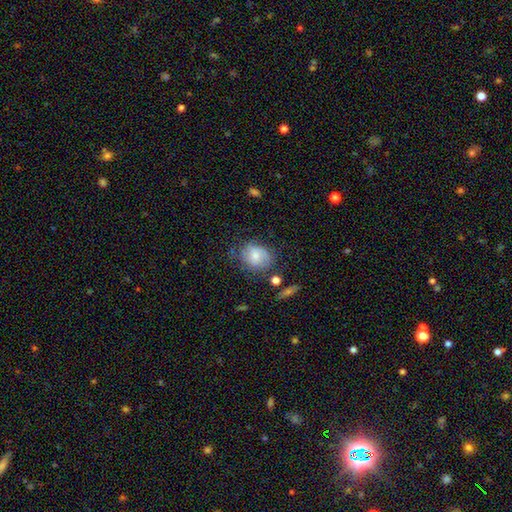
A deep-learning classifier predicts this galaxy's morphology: A smooth galaxy with no disk features (56%) that is round (53%).

Vote fractions:
- Smooth or featured? smooth: 56% / featured or disk: 36% / star or artifact: 9%
- How rounded? round: 53% / in between: 46% / cigar-shaped: 1%
- Merging? none: 55% / minor disturbance: 27% / major disturbance: 13% / merger: 4%